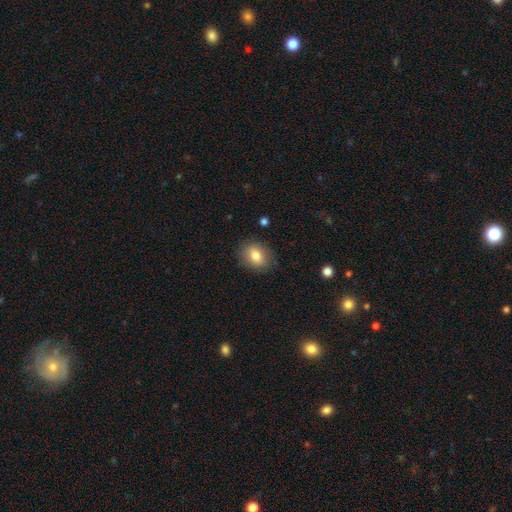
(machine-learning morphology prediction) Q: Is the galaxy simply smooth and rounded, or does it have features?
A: smooth — 79%.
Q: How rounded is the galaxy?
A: in between — 61%.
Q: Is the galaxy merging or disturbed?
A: none — 84%.